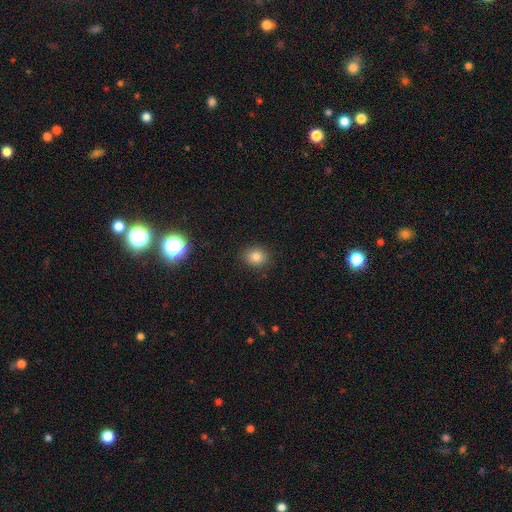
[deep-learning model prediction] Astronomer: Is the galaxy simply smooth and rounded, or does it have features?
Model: smooth — 80%.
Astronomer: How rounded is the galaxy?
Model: round — 69%.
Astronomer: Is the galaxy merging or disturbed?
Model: none — 88%.